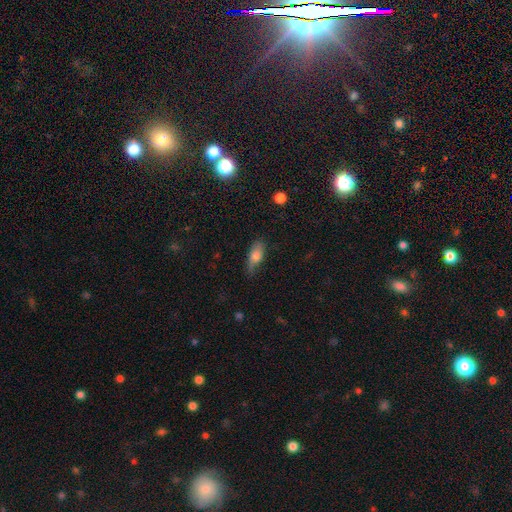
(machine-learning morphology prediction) Smooth or featured?
  - smooth: 74% *
  - featured or disk: 18%
  - star or artifact: 7%
How rounded?
  - in between: 77% *
  - cigar-shaped: 19%
  - round: 4%
Merging?
  - none: 57% *
  - minor disturbance: 32%
  - major disturbance: 9%
  - merger: 2%